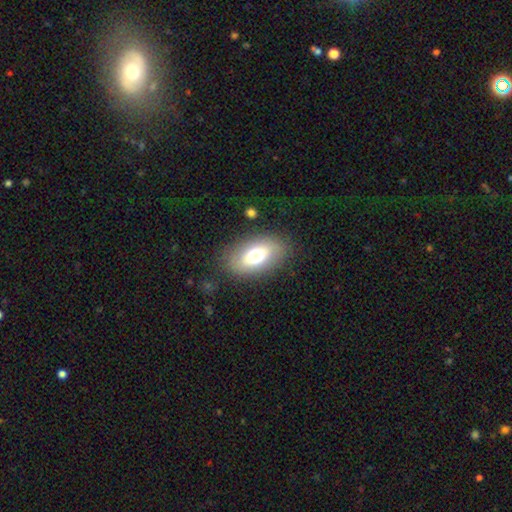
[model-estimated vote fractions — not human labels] This appears to be a smooth galaxy with no disk features (66%) that is in between round and cigar-shaped (90%). Merging: none (81%).